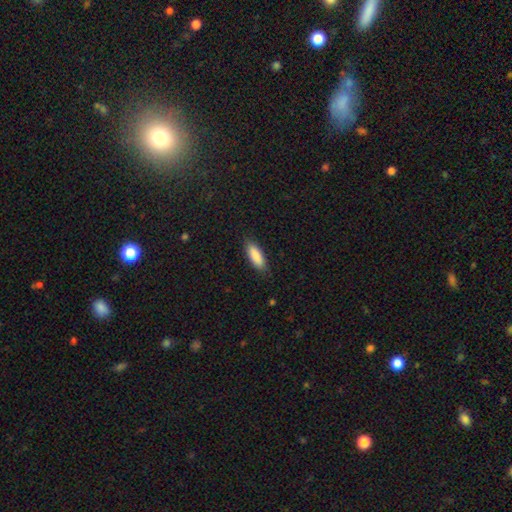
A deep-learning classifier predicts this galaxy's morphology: The model was most divided on "how rounded": in between: 64%, cigar-shaped: 35%, round: 2%. More confident: smooth or featured — smooth (89%); merging — none (86%).